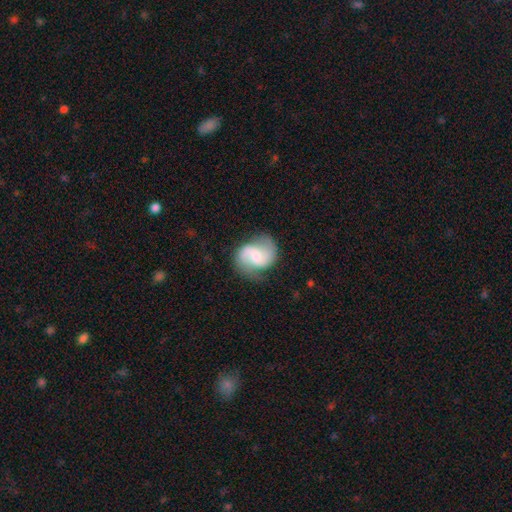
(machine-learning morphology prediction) Smooth or featured? featured or disk (78%)
Edge-on disk? no (98%)
Bar? weak (50%)
Spiral arms? yes (96%)
Spiral winding? medium (48%)
Spiral arm count? 2 (91%)
Bulge size? moderate (43%)
Merging? none (72%)